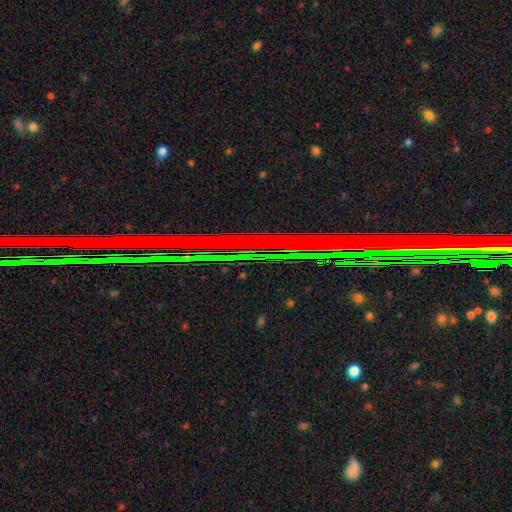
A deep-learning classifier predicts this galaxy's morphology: star or artifact 83%, featured or disk 10%, smooth 7%.